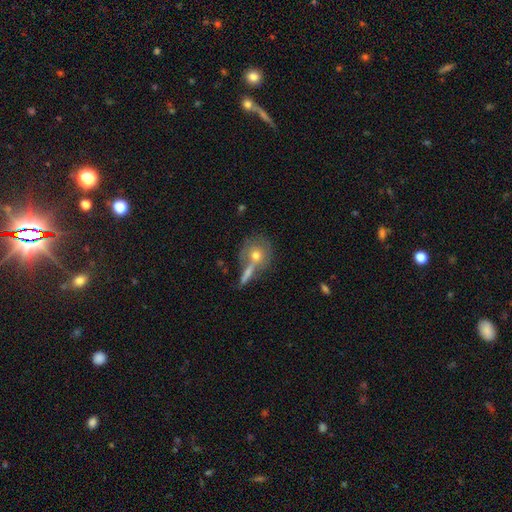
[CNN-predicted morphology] Smooth or featured?
  - smooth: 55% *
  - featured or disk: 33%
  - star or artifact: 13%
How rounded?
  - round: 79% *
  - in between: 17%
  - cigar-shaped: 4%
Merging?
  - none: 51% *
  - merger: 31%
  - minor disturbance: 12%
  - major disturbance: 6%